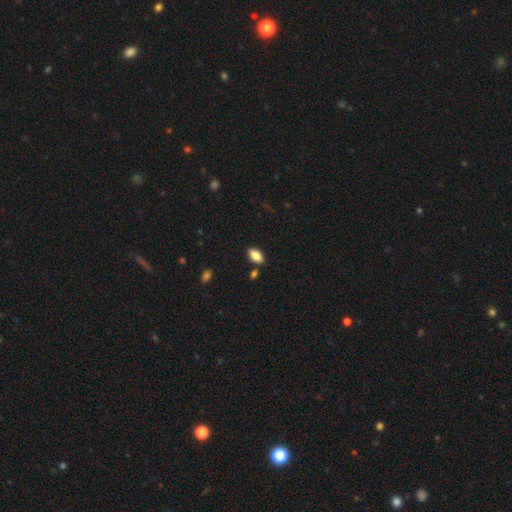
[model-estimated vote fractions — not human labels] Smooth or featured? smooth (83%)
How rounded? in between (93%)
Merging? none (84%)